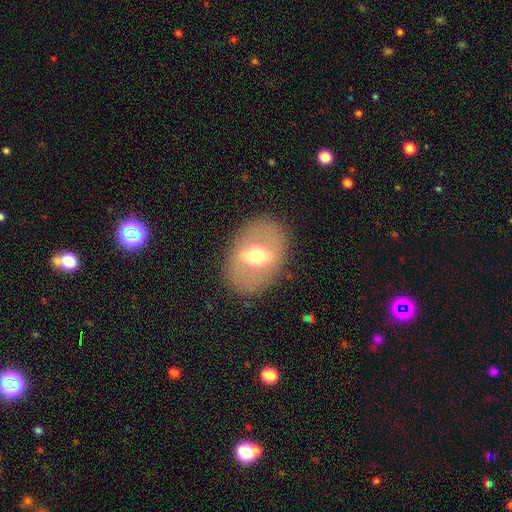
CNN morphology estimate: type=featured or disk (50%); edge-on=no (86%); merging=none (84%).